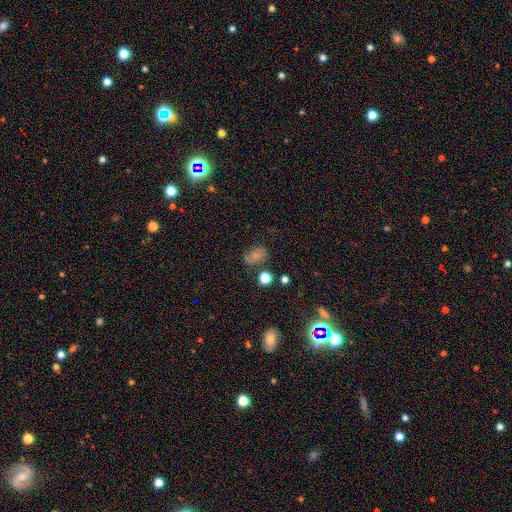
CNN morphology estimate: A smooth galaxy with no disk features (61%) that is in between round and cigar-shaped (76%). Merging: none (62%).